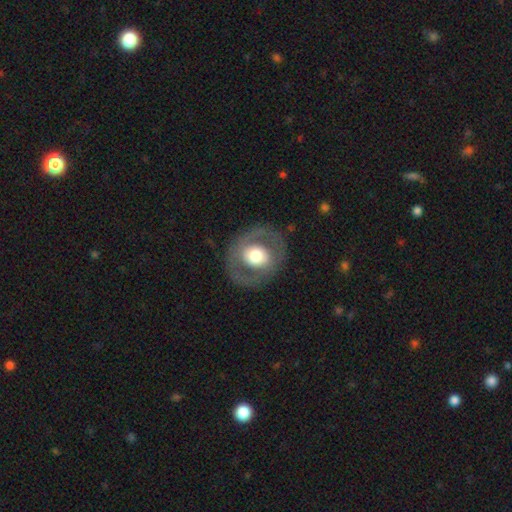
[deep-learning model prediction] Smooth or featured?
  - featured or disk: 50% *
  - smooth: 44%
  - star or artifact: 7%
Merging?
  - none: 80% *
  - minor disturbance: 10%
  - major disturbance: 9%
  - merger: 1%